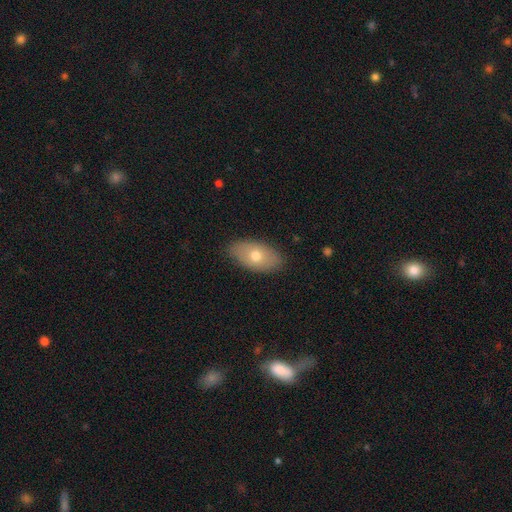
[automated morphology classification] Smooth or featured? smooth (67%)
How rounded? in between (92%)
Merging? none (86%)